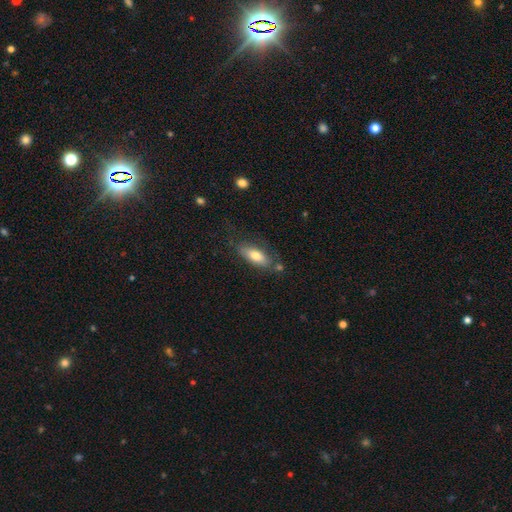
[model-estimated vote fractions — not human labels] Smooth or featured? Predicted: smooth (p=0.73). How rounded? Predicted: in between (p=0.78). Merging? Predicted: none (p=0.64).